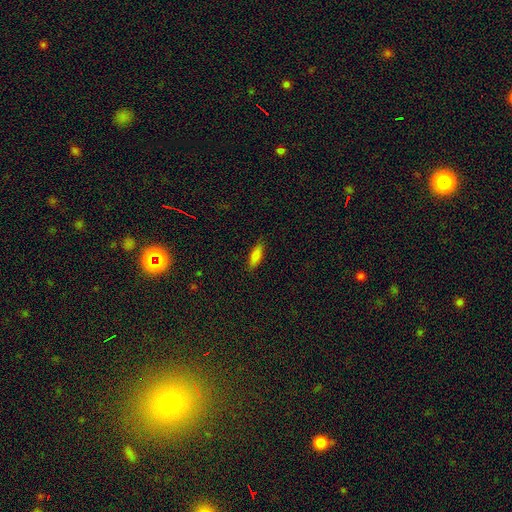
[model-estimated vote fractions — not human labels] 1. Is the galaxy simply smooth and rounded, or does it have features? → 81% smooth, 10% featured or disk, 8% star or artifact.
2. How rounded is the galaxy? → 55% in between, 43% cigar-shaped, 2% round.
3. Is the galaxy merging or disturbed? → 86% none, 11% minor disturbance, 2% major disturbance, 1% merger.